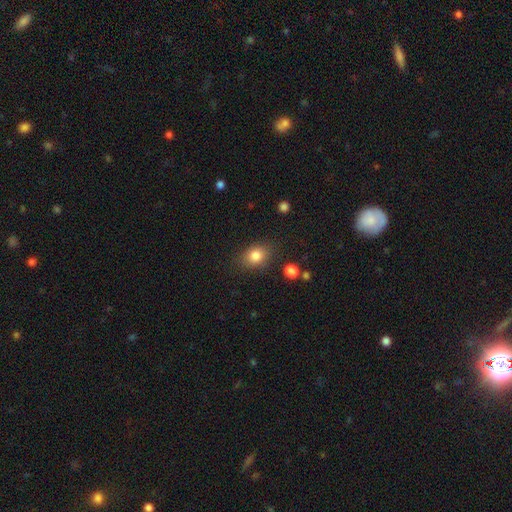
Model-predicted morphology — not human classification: The model was most divided on "how rounded": in between: 62%, round: 37%, cigar-shaped: 1%. More confident: smooth or featured — smooth (82%); merging — none (80%).